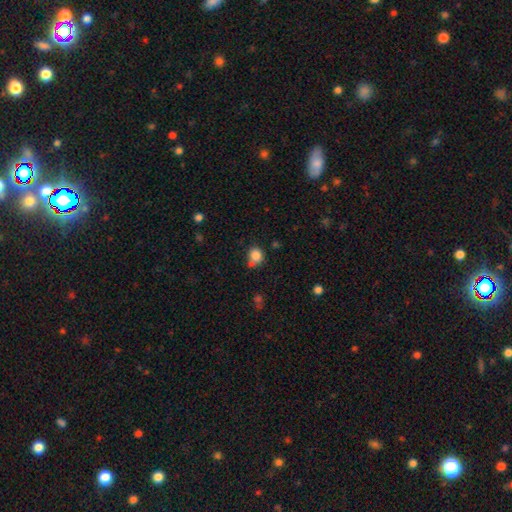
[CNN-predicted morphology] Smooth or featured: smooth — 83% (star or artifact — 11%)
How rounded: round — 78% (in between — 21%)
Merging: none — 55% (minor disturbance — 21%)